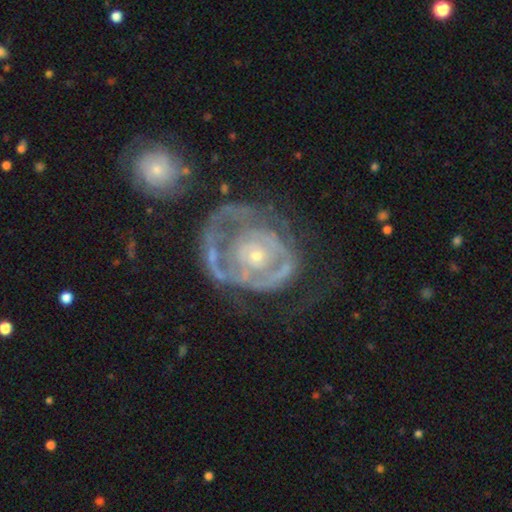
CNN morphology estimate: Smooth or featured? Predicted: featured or disk (p=0.80). Edge-on disk? Predicted: no (p=0.97). Bar? Predicted: no (p=0.83). Spiral arms? Predicted: yes (p=0.63). Bulge size? Predicted: small (p=0.75). Merging? Predicted: none (p=0.38).